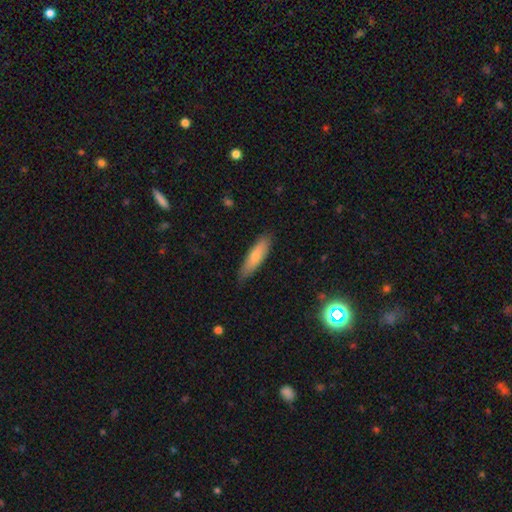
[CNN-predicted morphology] Smooth or featured? smooth (75%)
How rounded? cigar-shaped (63%)
Merging? none (82%)